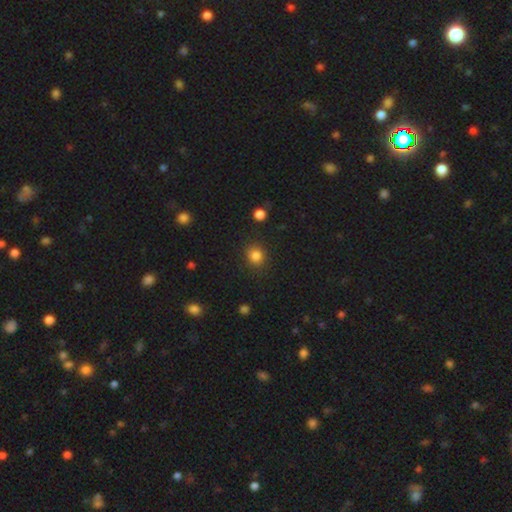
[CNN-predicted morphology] This is clearly a smooth galaxy (84%). How rounded: clearly round (82%). Merging: clearly none (87%).